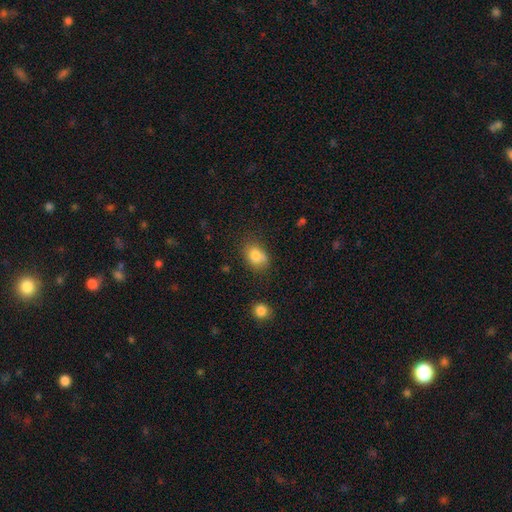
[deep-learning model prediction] A smooth galaxy with no disk features (80%) that is in between round and cigar-shaped (66%).

Vote fractions:
- Smooth or featured? smooth: 80% / featured or disk: 10% / star or artifact: 10%
- How rounded? in between: 66% / round: 33% / cigar-shaped: 1%
- Merging? none: 64% / minor disturbance: 22% / merger: 9% / major disturbance: 6%